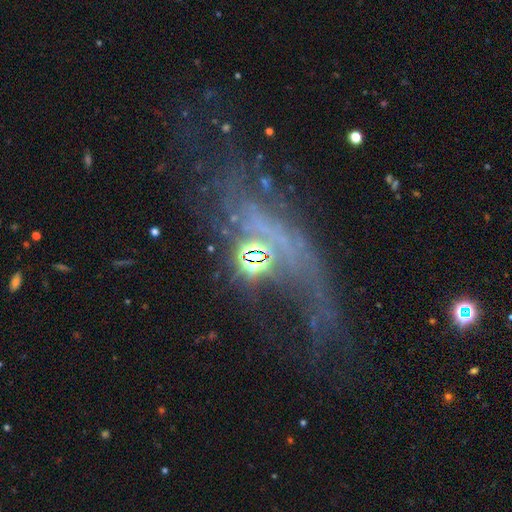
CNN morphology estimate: smooth_or_featured: star or artifact (p=0.58) [alt: featured or disk p=0.26]